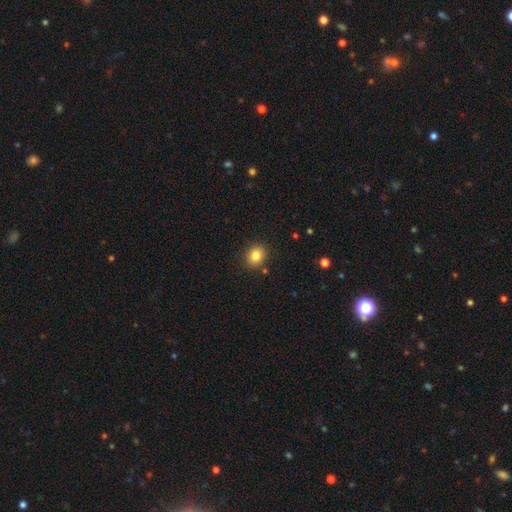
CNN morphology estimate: smooth 83%, star or artifact 11%, featured or disk 6%. Down the decision tree: how rounded — round (74%); merging — none (87%).